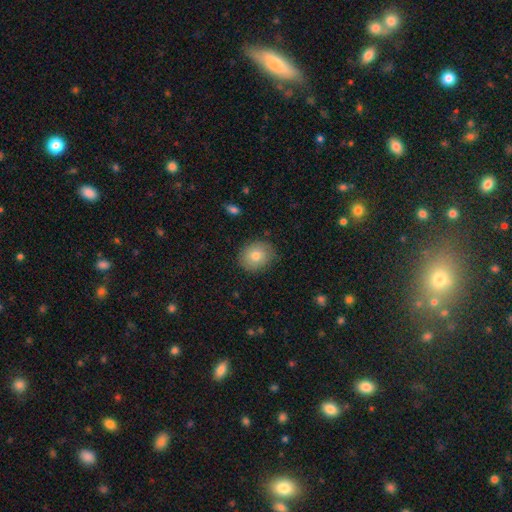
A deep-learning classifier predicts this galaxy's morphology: A smooth galaxy with no disk features (78%) that is round (70%).

Vote fractions:
- Smooth or featured? smooth: 78% / featured or disk: 12% / star or artifact: 9%
- How rounded? round: 70% / in between: 29% / cigar-shaped: 1%
- Merging? none: 83% / minor disturbance: 13% / major disturbance: 3% / merger: 1%